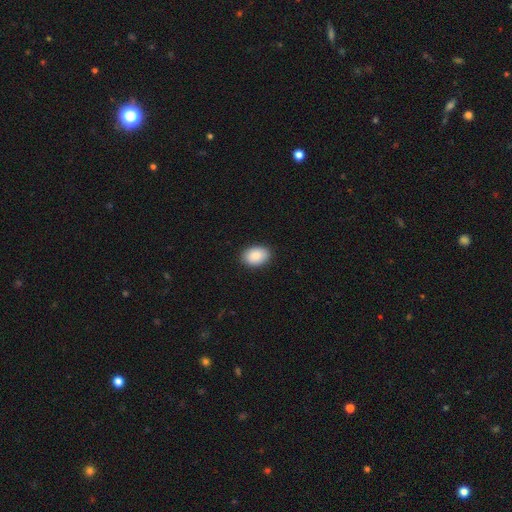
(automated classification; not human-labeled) Smooth or featured? smooth (89%)
How rounded? in between (82%)
Merging? none (90%)